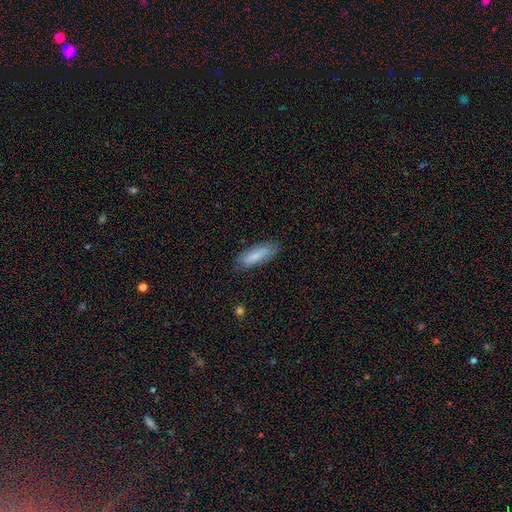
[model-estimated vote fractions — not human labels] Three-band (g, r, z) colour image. It shows a smooth galaxy with no disk features (80%) that is in between round and cigar-shaped (55%). Merging: none (79%).